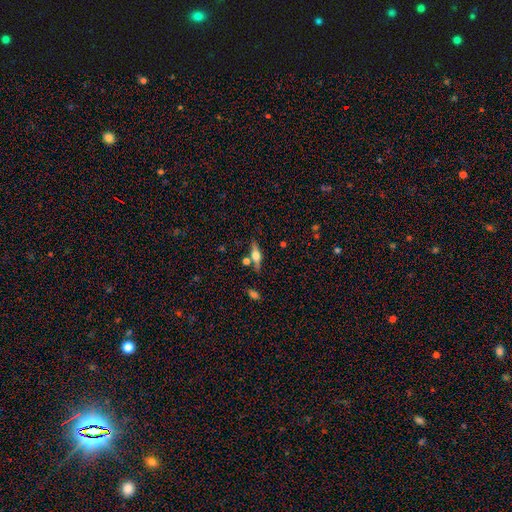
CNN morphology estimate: smooth_or_featured: featured or disk (p=0.60) [alt: smooth p=0.32]
disk_edge_on: yes (p=0.94) [alt: no p=0.06]
edge_on_bulge: rounded (p=0.93) [alt: boxy p=0.05]
merging: none (p=0.74) [alt: minor disturbance p=0.12]